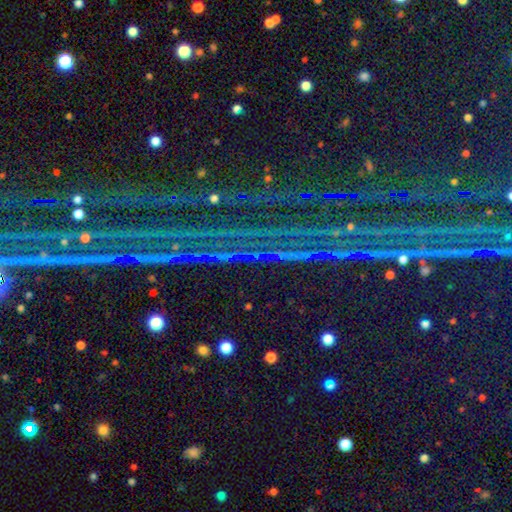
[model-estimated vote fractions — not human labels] A star or artifact, not a galaxy (88%).